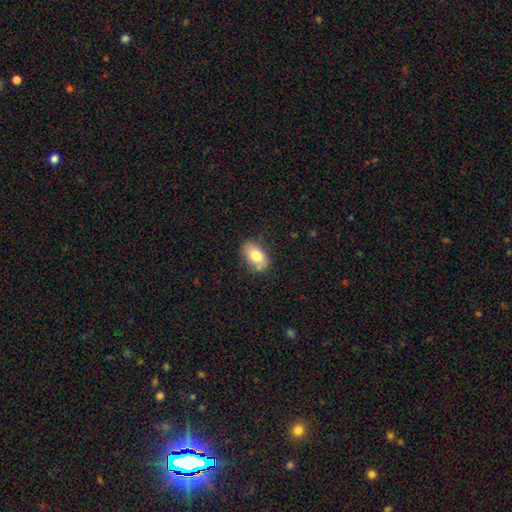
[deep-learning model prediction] A smooth galaxy with no disk features (78%) that is in between round and cigar-shaped (90%). Merging: none (72%).